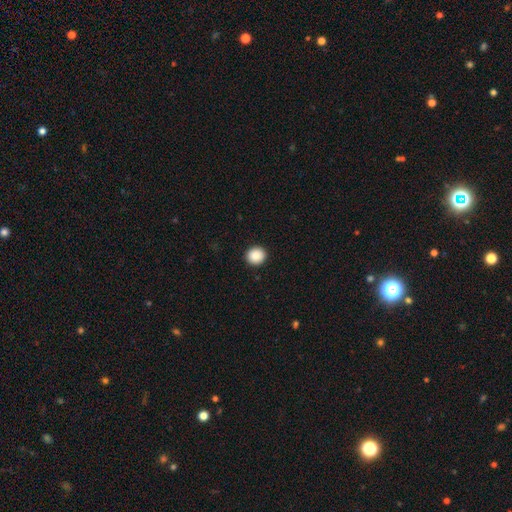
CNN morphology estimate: Smooth or featured: smooth — 88% (star or artifact — 8%)
How rounded: round — 86% (in between — 13%)
Merging: none — 93% (minor disturbance — 5%)